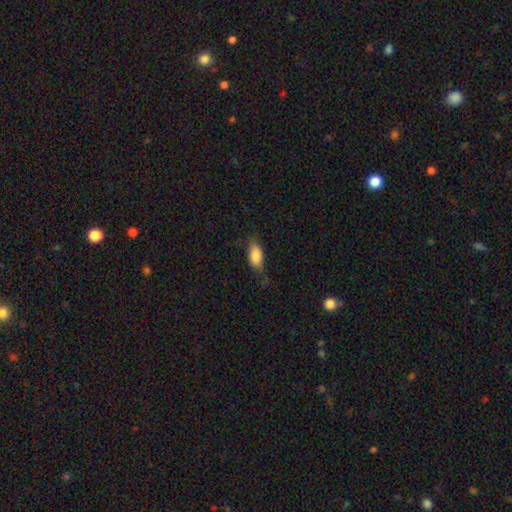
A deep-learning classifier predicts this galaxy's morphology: smooth_or_featured: smooth (p=0.81) [alt: featured or disk p=0.12]
how_rounded: in between (p=0.86) [alt: cigar-shaped p=0.11]
merging: none (p=0.57) [alt: minor disturbance p=0.30]